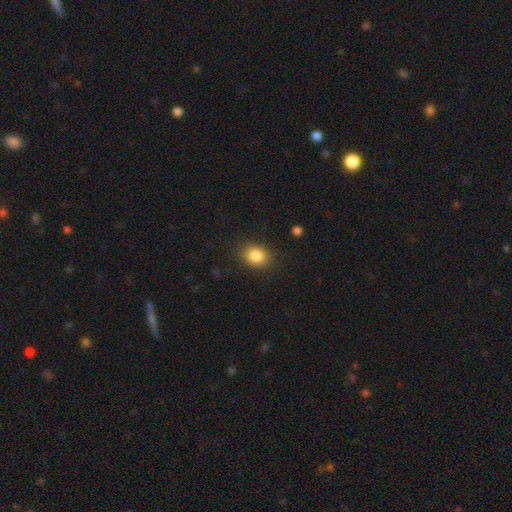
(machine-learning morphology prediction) Smooth or featured?
  - smooth: 85% *
  - star or artifact: 9%
  - featured or disk: 6%
How rounded?
  - in between: 57% *
  - round: 41%
  - cigar-shaped: 1%
Merging?
  - none: 86% *
  - minor disturbance: 10%
  - major disturbance: 3%
  - merger: 1%